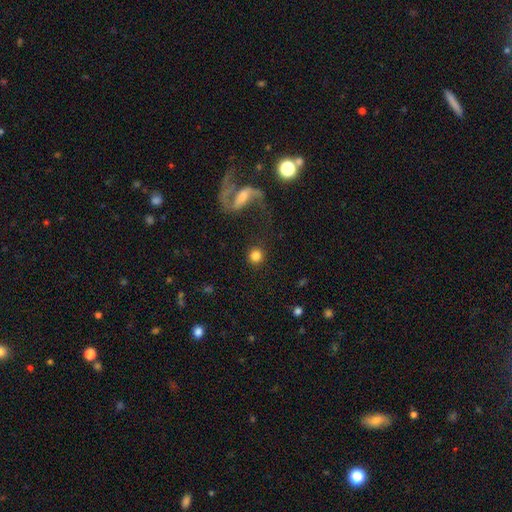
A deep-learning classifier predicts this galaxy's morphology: This appears to be a smooth galaxy with no disk features (78%) that is round (94%). Merging: none (86%).